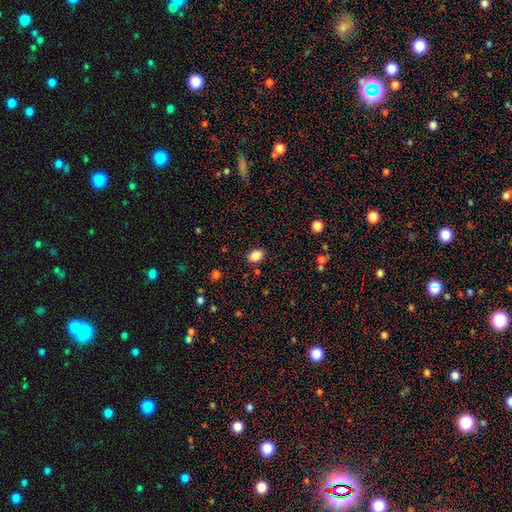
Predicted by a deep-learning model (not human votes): This appears to be a smooth galaxy with no disk features (86%) that is in between round and cigar-shaped (69%). Merging: none (87%).